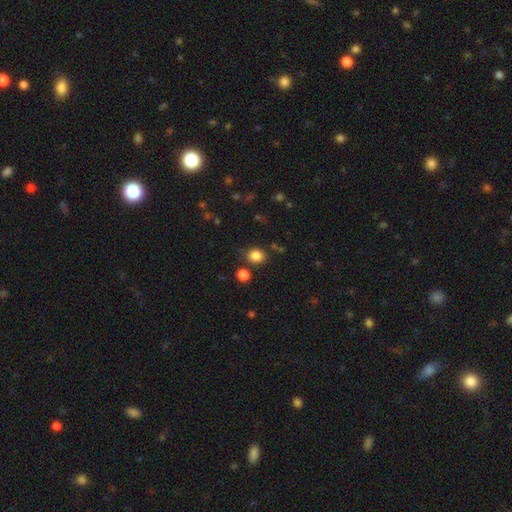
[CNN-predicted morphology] Smooth or featured?
  - smooth: 84% *
  - star or artifact: 12%
  - featured or disk: 5%
How rounded?
  - round: 71% *
  - in between: 28%
  - cigar-shaped: 1%
Merging?
  - none: 81% *
  - minor disturbance: 10%
  - merger: 7%
  - major disturbance: 3%